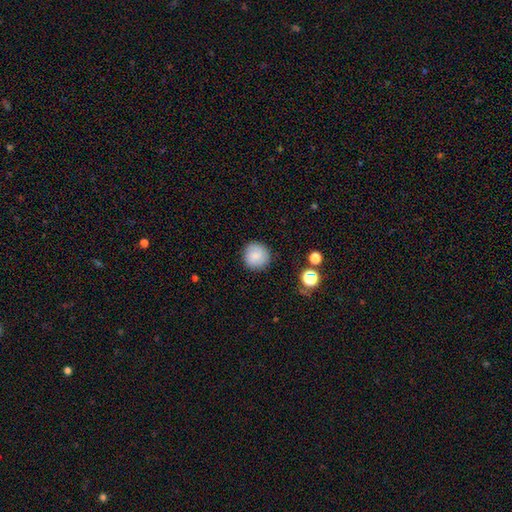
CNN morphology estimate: The model was most divided on "smooth or featured": smooth: 83%, star or artifact: 9%, featured or disk: 8%. More confident: how rounded — round (94%); merging — none (89%).